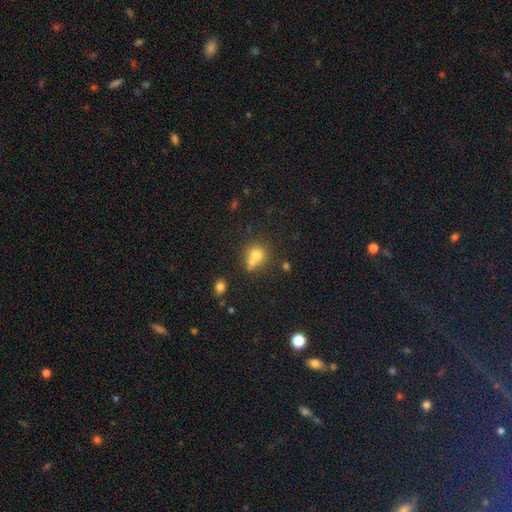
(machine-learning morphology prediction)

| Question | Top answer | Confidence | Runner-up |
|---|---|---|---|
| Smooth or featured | smooth | 72% | star or artifact (14%) |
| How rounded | round | 80% | in between (19%) |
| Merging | merger | 42% | tied: none (42%) |